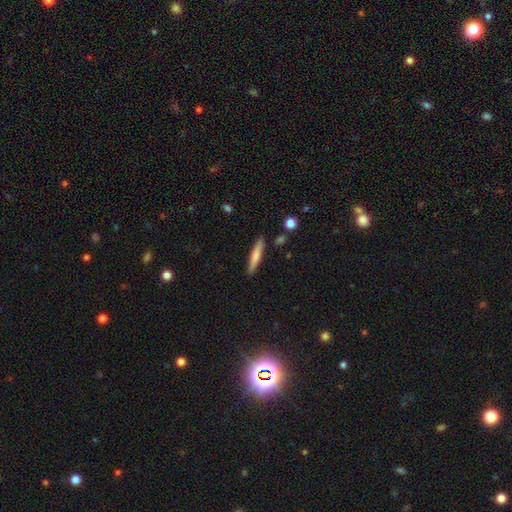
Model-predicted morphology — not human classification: This is likely a smooth galaxy (67%). How rounded: clearly cigar-shaped (91%). Merging: clearly none (86%).